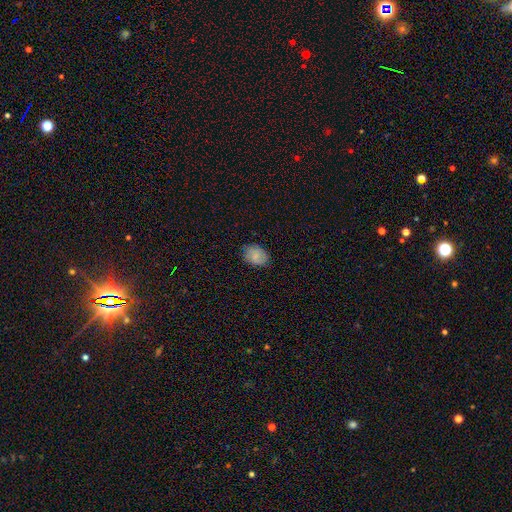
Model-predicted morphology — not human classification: type=smooth (71%); roundness=in between (71%); merging=none (79%).